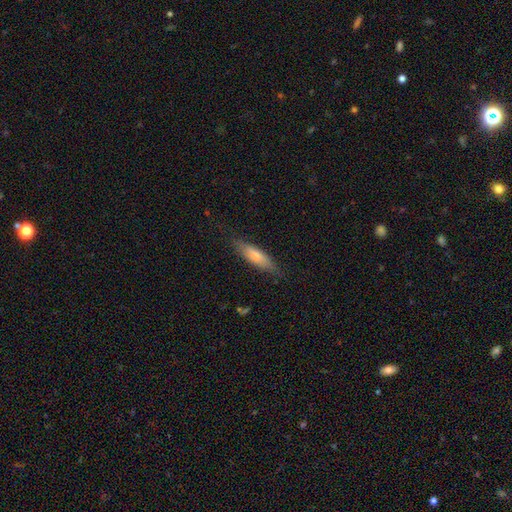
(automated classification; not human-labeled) Overall: smooth (73%). How rounded: cigar-shaped (60%; in between 38%). Merging: none (78%).